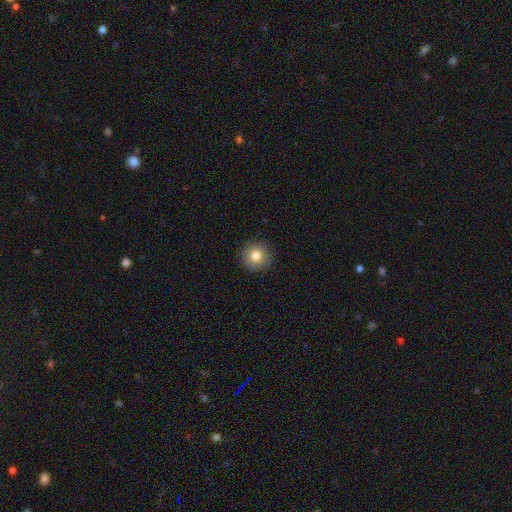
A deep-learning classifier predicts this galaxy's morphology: smooth-or-featured: smooth: 81% | star or artifact: 10% | featured or disk: 9%
  how-rounded: round: 95% | in between: 4% | cigar-shaped: 1%
  merging: none: 91% | minor disturbance: 6% | major disturbance: 2% | merger: 1%